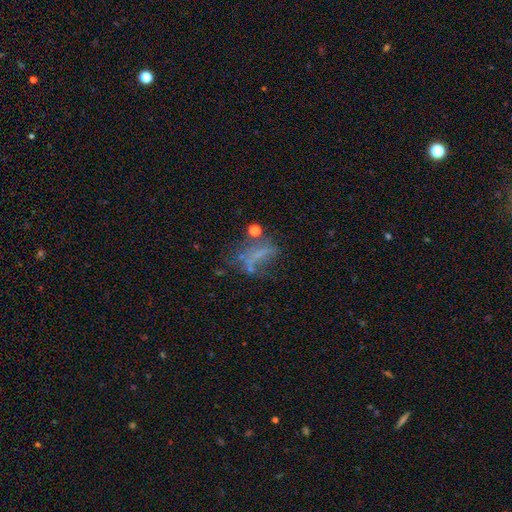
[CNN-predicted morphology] Smooth or featured? Predicted: featured or disk (p=0.40). Merging? Predicted: none (p=0.35).